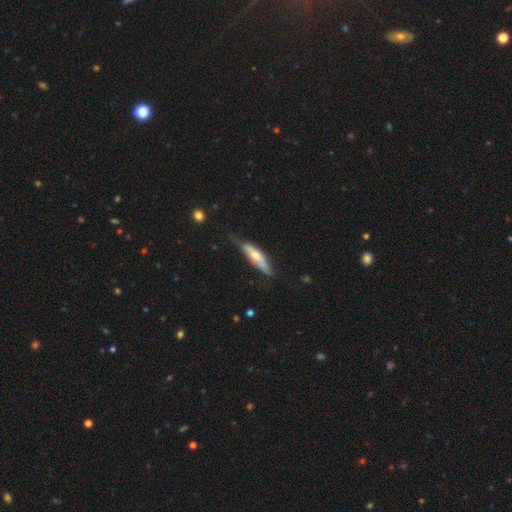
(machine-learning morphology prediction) Smooth or featured? Predicted: featured or disk (p=0.51). Edge-on disk? Predicted: yes (p=0.77). Merging? Predicted: none (p=0.58).